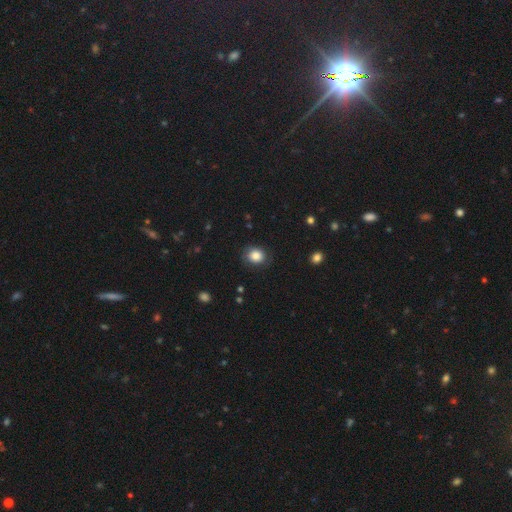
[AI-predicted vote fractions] smooth 83%, star or artifact 9%, featured or disk 8%. Down the decision tree: how rounded — round (64%); merging — none (80%).